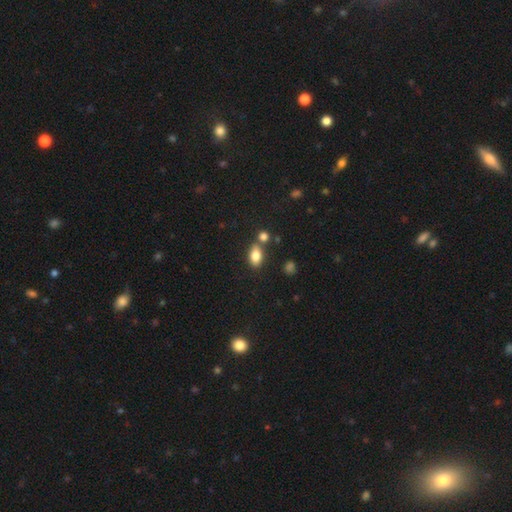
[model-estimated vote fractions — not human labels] smooth_or_featured: smooth (p=0.83) [alt: star or artifact p=0.09]
how_rounded: in between (p=0.87) [alt: round p=0.10]
merging: none (p=0.64) [alt: merger p=0.20]